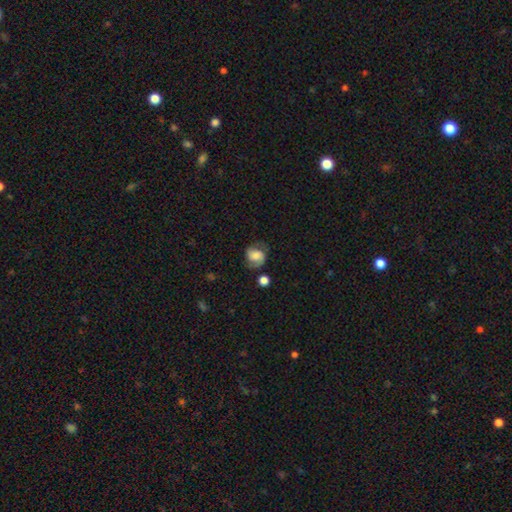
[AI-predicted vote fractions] A featured or disk galaxy (55%) with no bar (48%), spiral arms (90%) and a moderate central bulge (27%).

Vote fractions:
- Smooth or featured? featured or disk: 55% / smooth: 36% / star or artifact: 9%
- Edge-on disk? no: 98% / yes: 2%
- Bar? no: 48% / weak: 38% / strong: 14%
- Spiral arms? yes: 90% / no: 10%
- Bulge size? moderate: 27% / large: 25% / small: 21% / none: 20% / dominant: 6%
- Merging? none: 65% / minor disturbance: 21% / major disturbance: 10% / merger: 4%